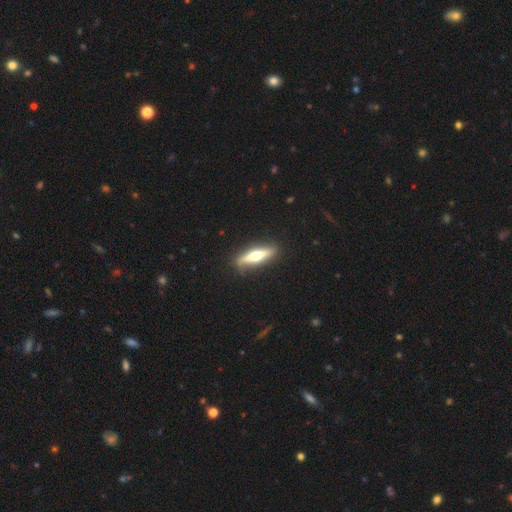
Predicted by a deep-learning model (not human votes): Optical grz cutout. It shows a featured or disk galaxy (58%) viewed edge-on (92%) with a rounded central bulge (93%). Merging: none (88%).